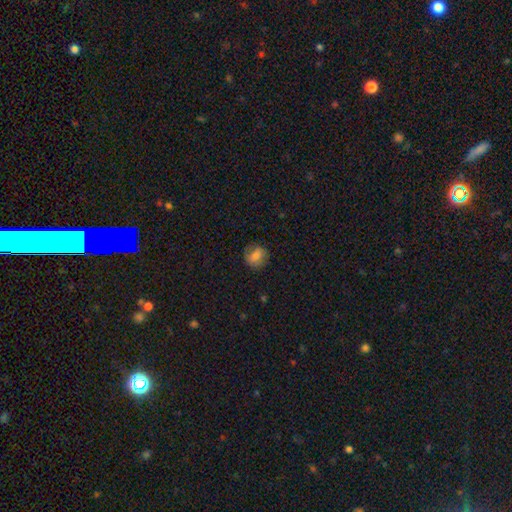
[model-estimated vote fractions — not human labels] A smooth galaxy with no disk features (72%) that is round (64%). Merging: none (76%).